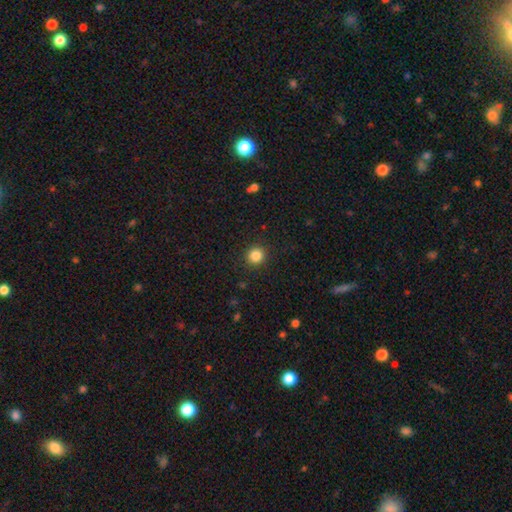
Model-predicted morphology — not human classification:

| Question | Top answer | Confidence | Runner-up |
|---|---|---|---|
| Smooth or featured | smooth | 85% | star or artifact (11%) |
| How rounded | round | 93% | in between (6%) |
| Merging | none | 92% | minor disturbance (5%) |